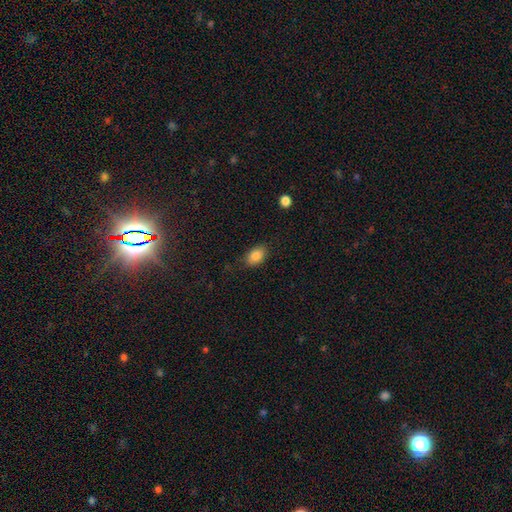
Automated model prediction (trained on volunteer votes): The model was most divided on "merging": none: 82%, minor disturbance: 14%, major disturbance: 3%, merger: 1%. More confident: how rounded — in between (86%); smooth or featured — smooth (84%).